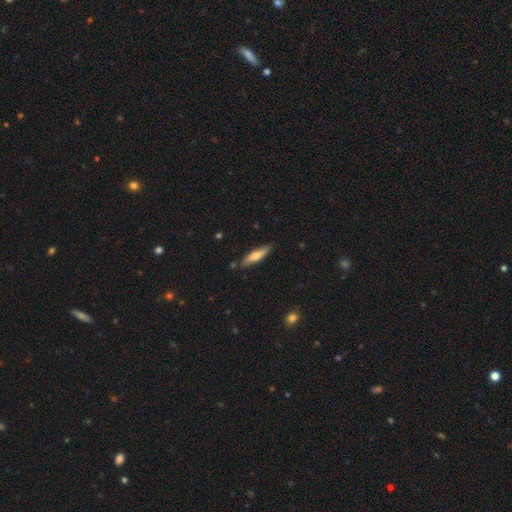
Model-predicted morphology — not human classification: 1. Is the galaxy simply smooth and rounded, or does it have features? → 63% smooth, 31% featured or disk, 6% star or artifact.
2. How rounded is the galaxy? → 76% cigar-shaped, 23% in between, 2% round.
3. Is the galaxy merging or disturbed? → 82% none, 13% minor disturbance, 3% merger, 2% major disturbance.